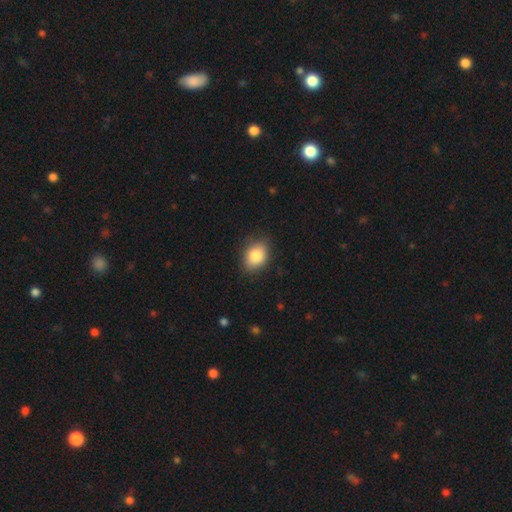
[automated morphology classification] smooth 84%, featured or disk 8%, star or artifact 8%. Down the decision tree: how rounded — in between (70%); merging — none (82%).